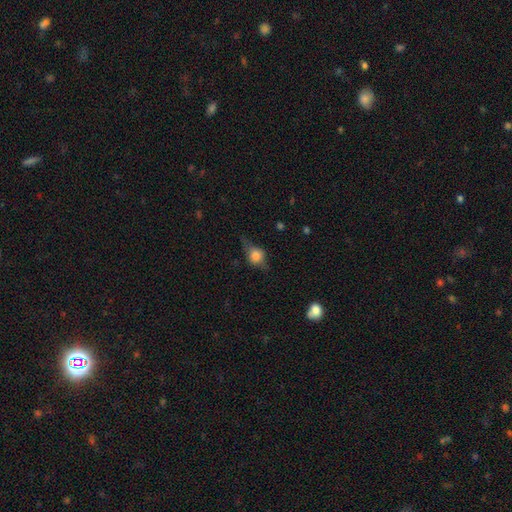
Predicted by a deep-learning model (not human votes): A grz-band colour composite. It shows a smooth galaxy with no disk features (58%) that is round (60%). Merging: none (55%).